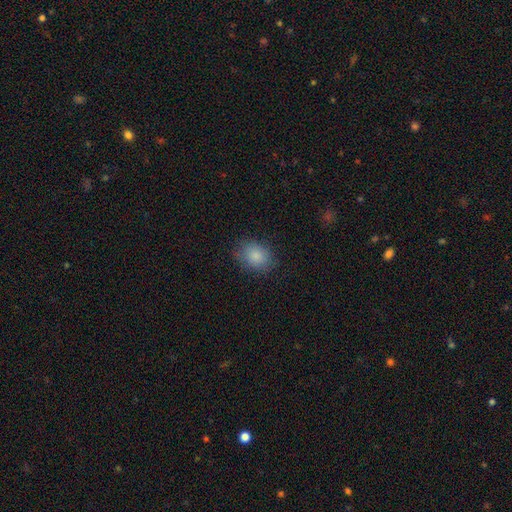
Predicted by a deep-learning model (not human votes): The model was most divided on "how rounded": in between: 60%, round: 39%, cigar-shaped: 1%. More confident: smooth or featured — smooth (86%); merging — none (81%).